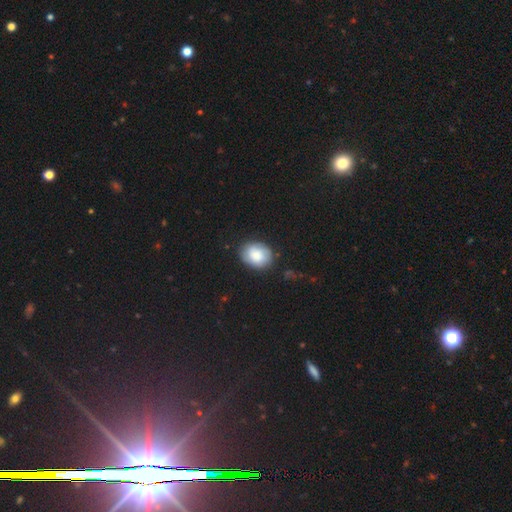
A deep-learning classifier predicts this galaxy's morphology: Smooth or featured? smooth (80%)
How rounded? in between (58%)
Merging? none (78%)